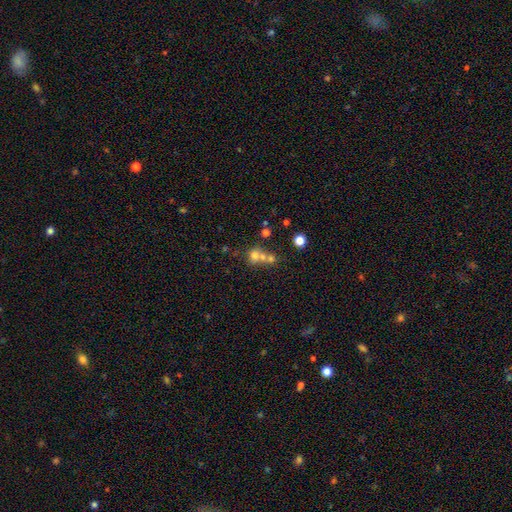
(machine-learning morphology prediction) A smooth galaxy with no disk features (61%) that is round (83%).

Vote fractions:
- Smooth or featured? smooth: 61% / featured or disk: 19% / star or artifact: 19%
- How rounded? round: 83% / in between: 16% / cigar-shaped: 1%
- Merging? merger: 51% / none: 39% / minor disturbance: 6% / major disturbance: 4%